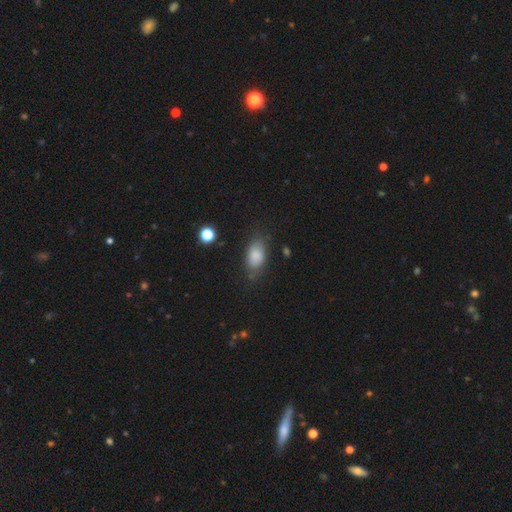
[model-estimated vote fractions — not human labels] Smooth or featured: smooth — 83% (featured or disk — 9%)
How rounded: in between — 89% (round — 8%)
Merging: none — 70% (minor disturbance — 21%)